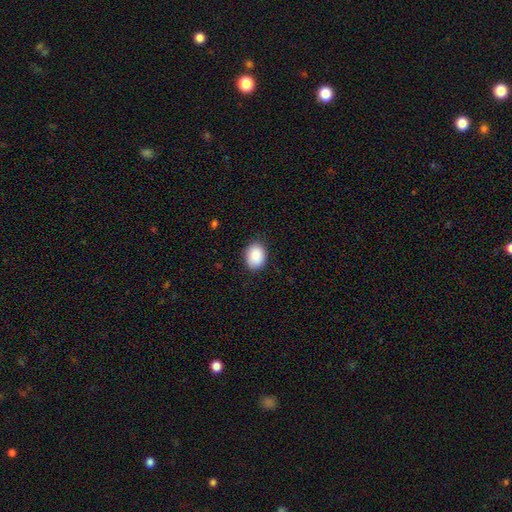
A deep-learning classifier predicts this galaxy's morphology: Overall: smooth (89%). How rounded: in between (62%; round 38%). Merging: none (85%).